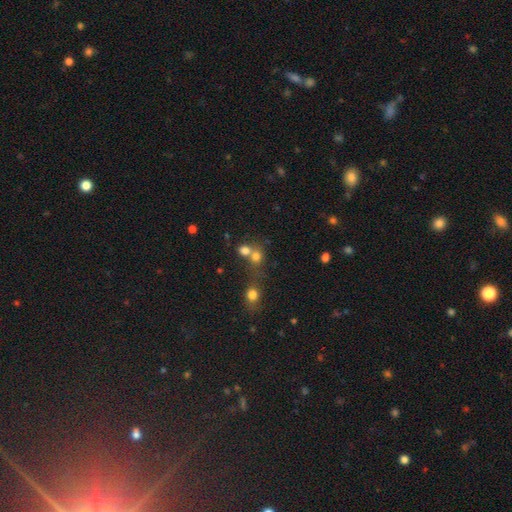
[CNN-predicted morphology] Smooth or featured? Predicted: smooth (p=0.73). How rounded? Predicted: round (p=0.74). Merging? Predicted: merger (p=0.48).